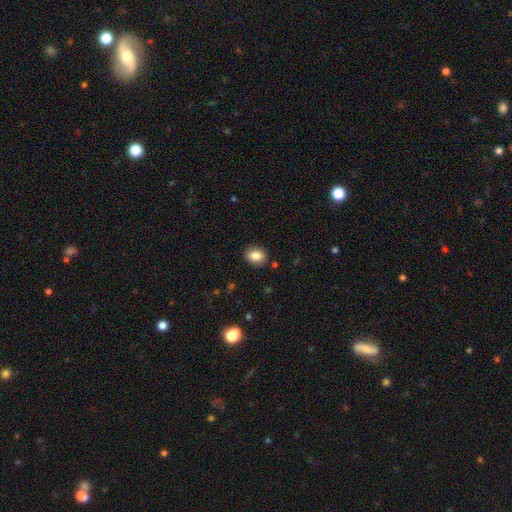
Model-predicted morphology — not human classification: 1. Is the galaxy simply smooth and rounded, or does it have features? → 84% smooth, 9% star or artifact, 7% featured or disk.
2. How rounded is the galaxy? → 60% in between, 39% round, 1% cigar-shaped.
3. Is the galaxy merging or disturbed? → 87% none, 9% minor disturbance, 2% major disturbance, 1% merger.